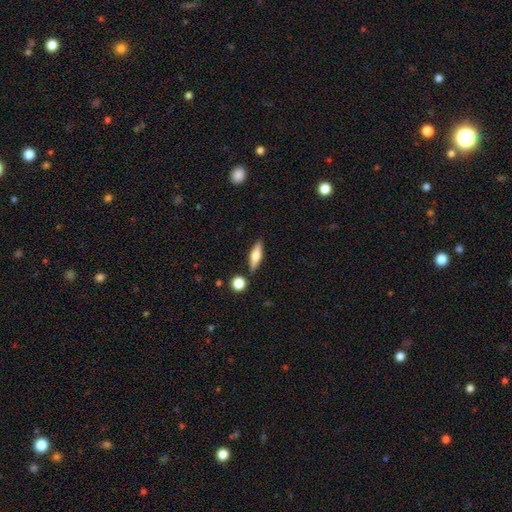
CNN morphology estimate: Smooth or featured? smooth (55%)
How rounded? cigar-shaped (59%)
Merging? none (84%)